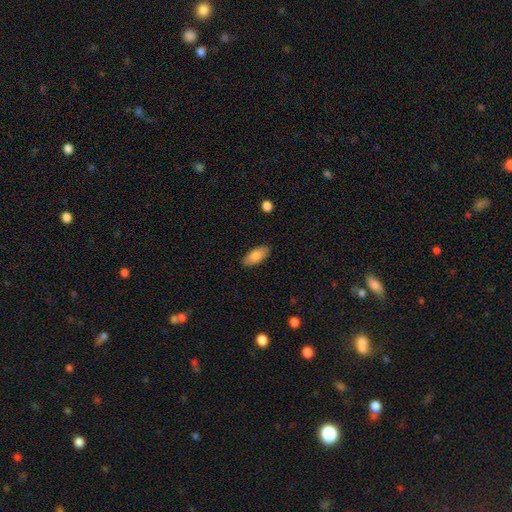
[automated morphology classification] A smooth galaxy with no disk features (83%) that is in between round and cigar-shaped (87%).

Vote fractions:
- Smooth or featured? smooth: 83% / featured or disk: 11% / star or artifact: 7%
- How rounded? in between: 87% / cigar-shaped: 10% / round: 2%
- Merging? none: 87% / minor disturbance: 10% / major disturbance: 2% / merger: 1%